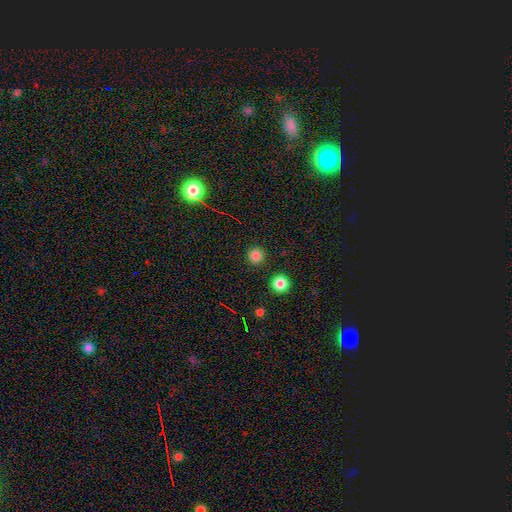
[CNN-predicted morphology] Smooth or featured? Predicted: smooth (p=0.81). How rounded? Predicted: round (p=0.95). Merging? Predicted: none (p=0.91).